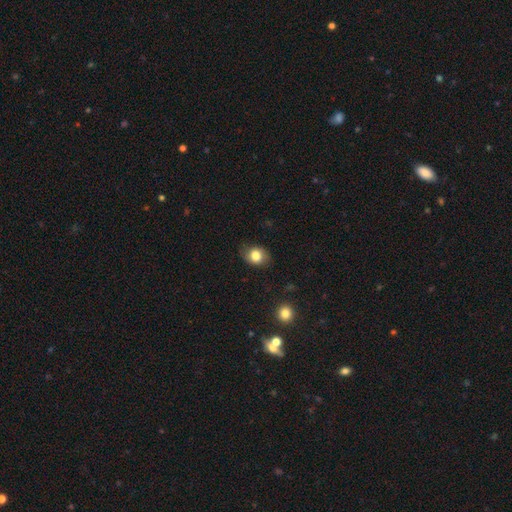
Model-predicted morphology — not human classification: smooth-or-featured: smooth: 79% | featured or disk: 12% | star or artifact: 9%
  how-rounded: in between: 56% | round: 43% | cigar-shaped: 1%
  merging: none: 77% | minor disturbance: 18% | major disturbance: 4% | merger: 1%